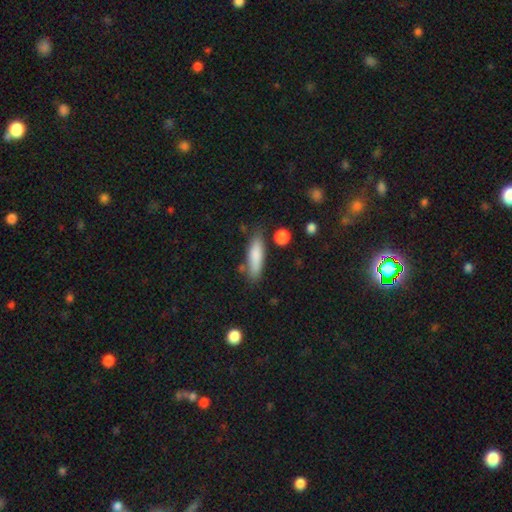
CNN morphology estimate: The model was most divided on "how rounded": cigar-shaped: 62%, in between: 36%, round: 2%. More confident: smooth or featured — smooth (81%); merging — none (74%).